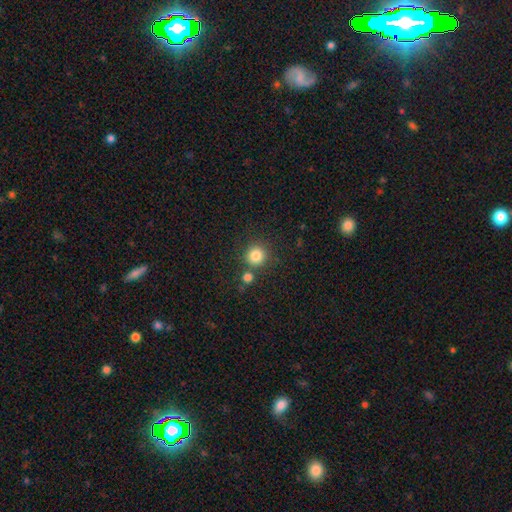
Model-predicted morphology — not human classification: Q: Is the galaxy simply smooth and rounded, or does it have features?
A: smooth — 83%.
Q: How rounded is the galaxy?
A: round — 92%.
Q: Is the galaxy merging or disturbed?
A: none — 75%.